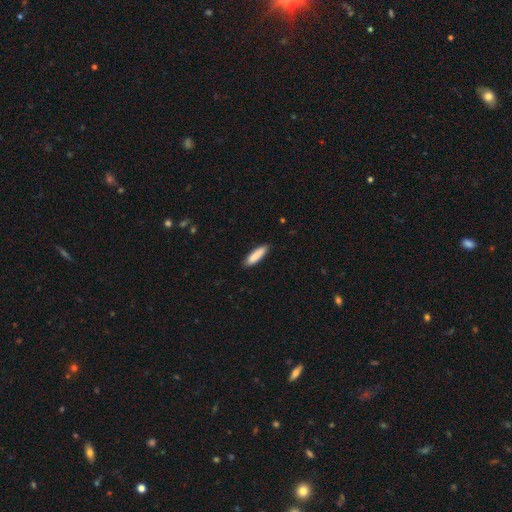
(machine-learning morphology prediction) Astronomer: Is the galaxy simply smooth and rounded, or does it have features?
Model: smooth — 88%.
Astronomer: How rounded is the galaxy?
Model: cigar-shaped — 70%.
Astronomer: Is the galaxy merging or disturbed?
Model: none — 88%.